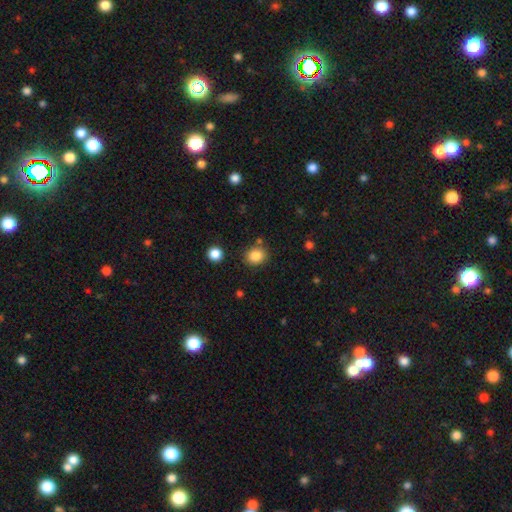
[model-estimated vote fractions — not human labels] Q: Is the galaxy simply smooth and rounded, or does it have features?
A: smooth — 85%.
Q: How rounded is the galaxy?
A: round — 72%.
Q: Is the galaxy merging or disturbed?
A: none — 81%.